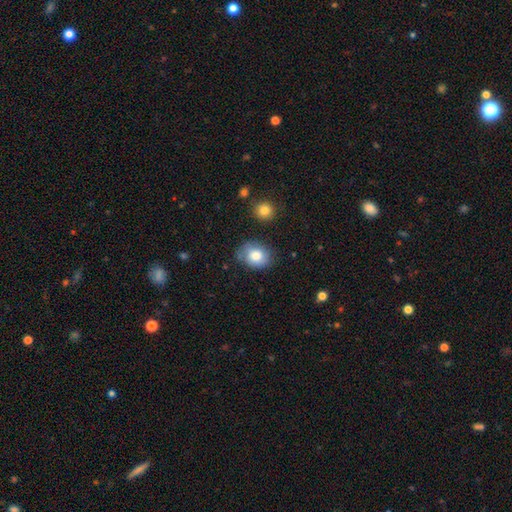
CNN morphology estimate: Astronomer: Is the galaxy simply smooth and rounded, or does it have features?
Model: smooth — 78%.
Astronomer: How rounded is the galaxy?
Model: in between — 53% (runner-up: round, 46%).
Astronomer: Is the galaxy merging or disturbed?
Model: none — 69%.